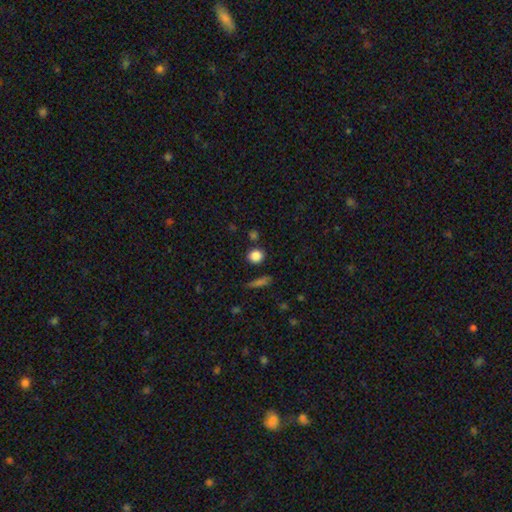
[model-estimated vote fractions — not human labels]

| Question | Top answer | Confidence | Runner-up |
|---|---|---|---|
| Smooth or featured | smooth | 84% | star or artifact (11%) |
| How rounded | round | 83% | in between (16%) |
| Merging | none | 83% | minor disturbance (9%) |